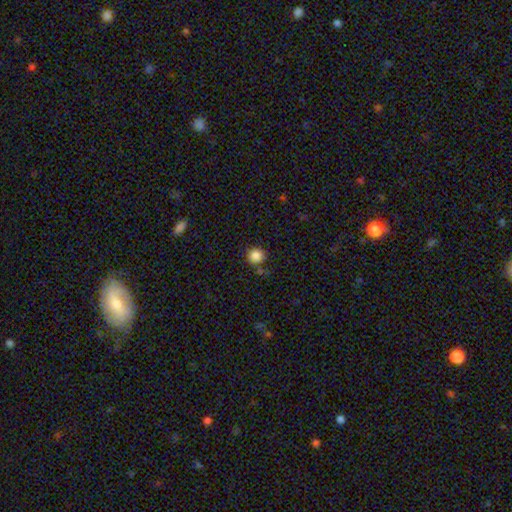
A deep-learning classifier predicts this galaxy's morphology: Q: Smooth or featured?
A: smooth (86%); runner-up: star or artifact (10%)
Q: How rounded?
A: round (92%); runner-up: in between (7%)
Q: Merging?
A: none (80%); runner-up: minor disturbance (12%)